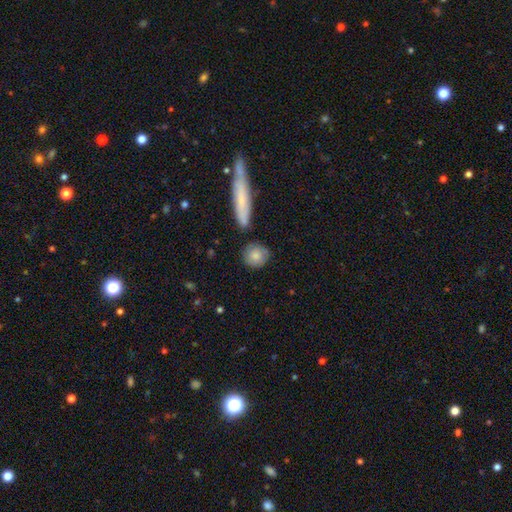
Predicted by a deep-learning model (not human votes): The model was most divided on "merging": none: 75%, minor disturbance: 13%, merger: 8%, major disturbance: 4%. More confident: how rounded — round (82%); smooth or featured — smooth (79%).